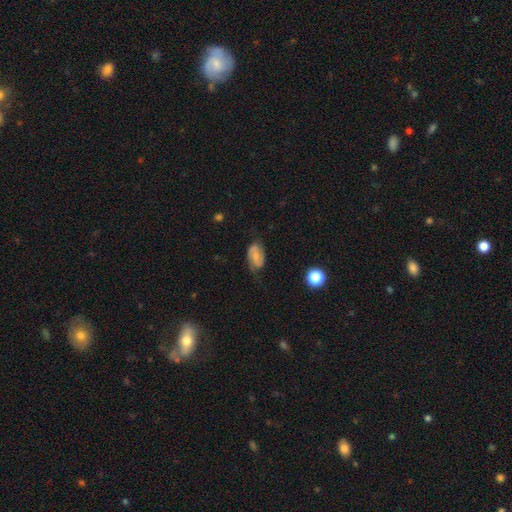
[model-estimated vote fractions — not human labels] smooth_or_featured: featured or disk (p=0.48) [alt: smooth p=0.43]
merging: none (p=0.60) [alt: minor disturbance p=0.27]